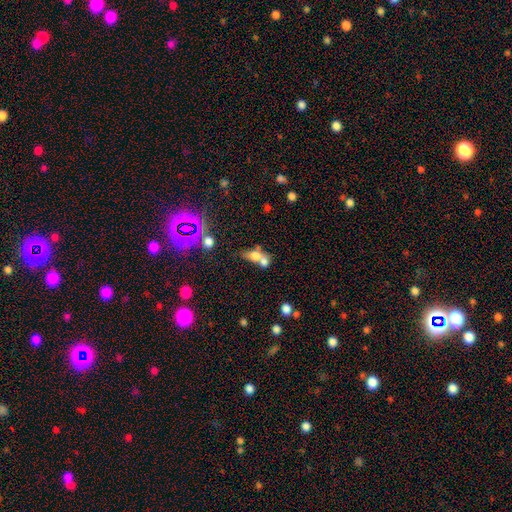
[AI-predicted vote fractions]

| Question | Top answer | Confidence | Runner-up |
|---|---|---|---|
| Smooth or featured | smooth | 64% | featured or disk (21%) |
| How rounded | in between | 56% | round (37%) |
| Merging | merger | 63% | none (24%) |